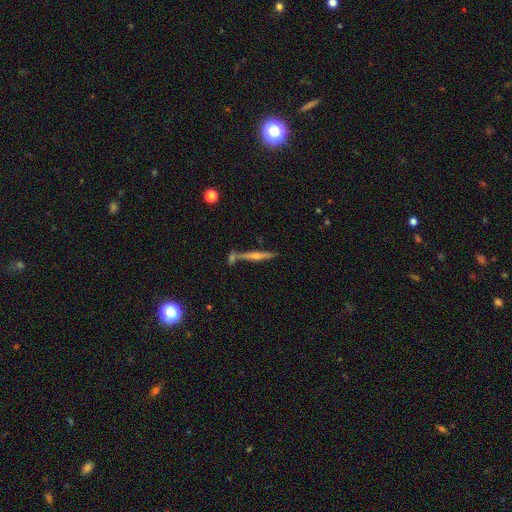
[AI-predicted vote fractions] Q: Smooth or featured?
A: featured or disk (75%); runner-up: smooth (16%)
Q: Edge-on disk?
A: yes (97%); runner-up: no (3%)
Q: Edge-on bulge?
A: rounded (85%); runner-up: none (9%)
Q: Merging?
A: none (75%); runner-up: merger (12%)